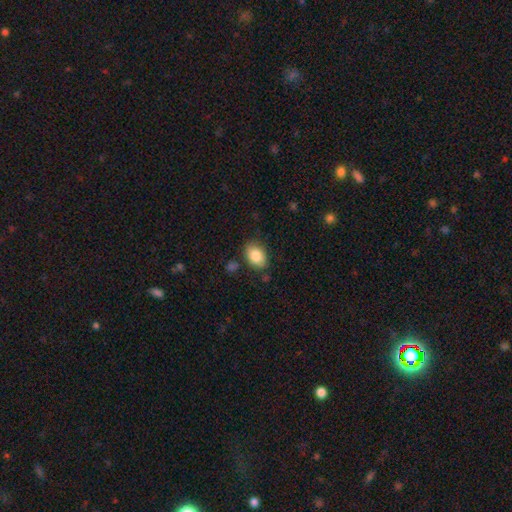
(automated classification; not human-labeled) smooth-or-featured: smooth: 85% | star or artifact: 7% | featured or disk: 7%
  how-rounded: in between: 82% | round: 17% | cigar-shaped: 1%
  merging: none: 79% | minor disturbance: 15% | major disturbance: 4% | merger: 3%